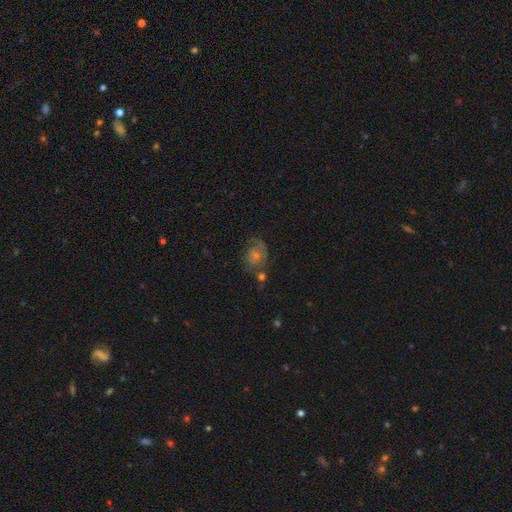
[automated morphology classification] A featured or disk galaxy (55%) with no bar (76%), spiral arms (83%) and a small central bulge (46%). Merging: none (60%).